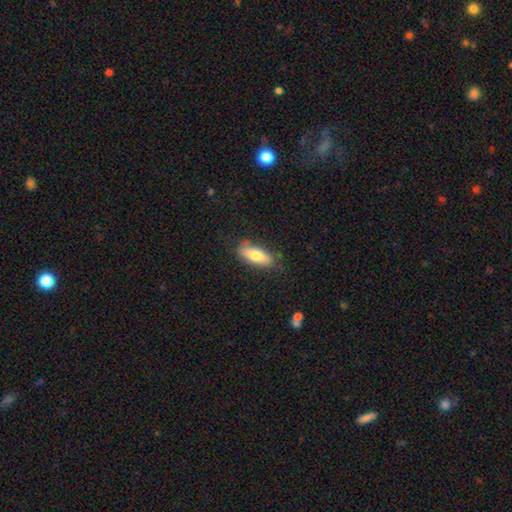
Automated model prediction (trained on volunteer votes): Smooth or featured: smooth — 70% (featured or disk — 23%)
How rounded: in between — 71% (cigar-shaped — 27%)
Merging: none — 78% (minor disturbance — 16%)